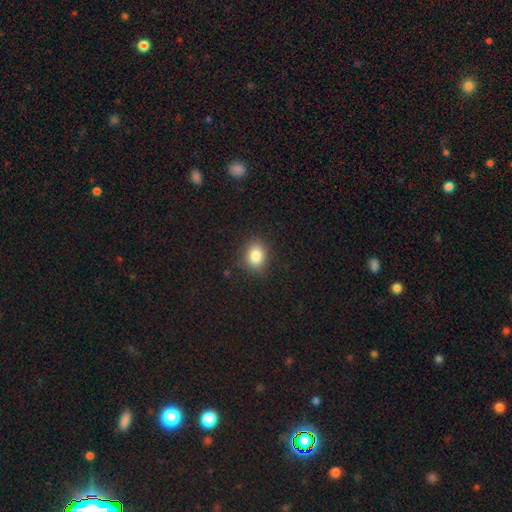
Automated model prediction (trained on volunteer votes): smooth 85%, star or artifact 10%, featured or disk 5%. Down the decision tree: how rounded — in between (52%); merging — none (85%).